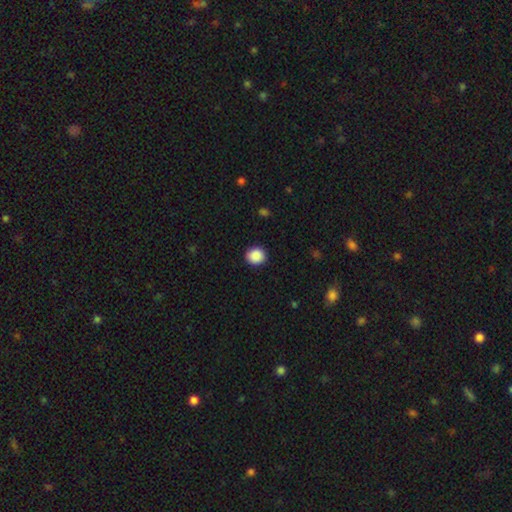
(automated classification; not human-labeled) Q: Smooth or featured?
A: smooth (89%); runner-up: star or artifact (9%)
Q: How rounded?
A: round (85%); runner-up: in between (15%)
Q: Merging?
A: none (91%); runner-up: minor disturbance (6%)